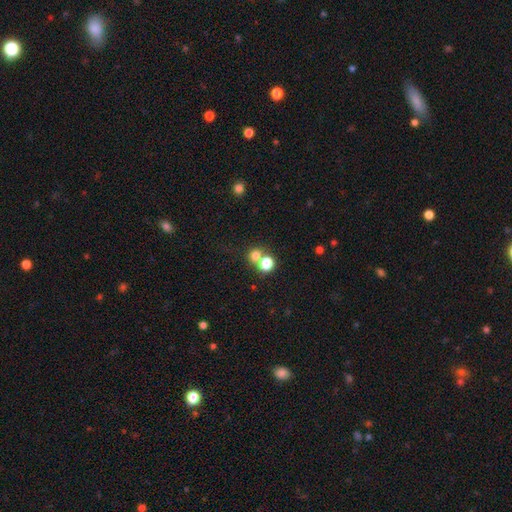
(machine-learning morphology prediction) smooth 72%, star or artifact 19%, featured or disk 9%. Down the decision tree: how rounded — round (78%); merging — none (52%).